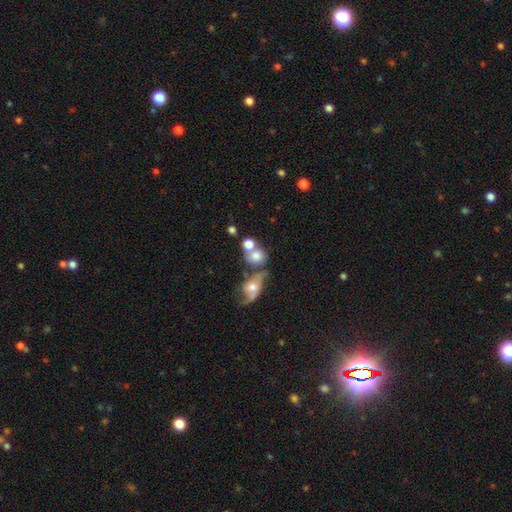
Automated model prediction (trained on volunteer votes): Q: Smooth or featured?
A: smooth (72%); runner-up: featured or disk (18%)
Q: How rounded?
A: round (70%); runner-up: in between (28%)
Q: Merging?
A: merger (47%); runner-up: none (33%)